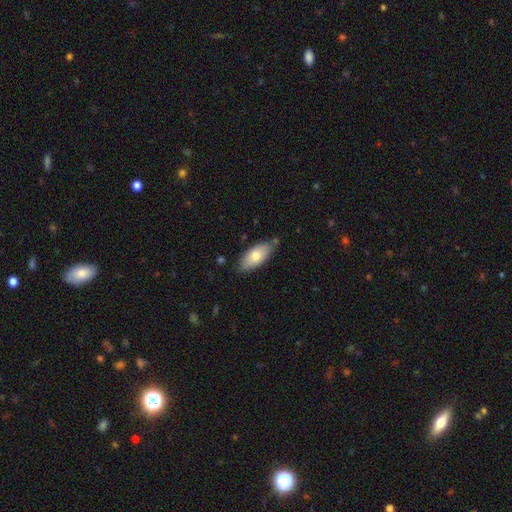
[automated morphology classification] A smooth galaxy with no disk features (73%) that is in between round and cigar-shaped (87%). Merging: none (77%).